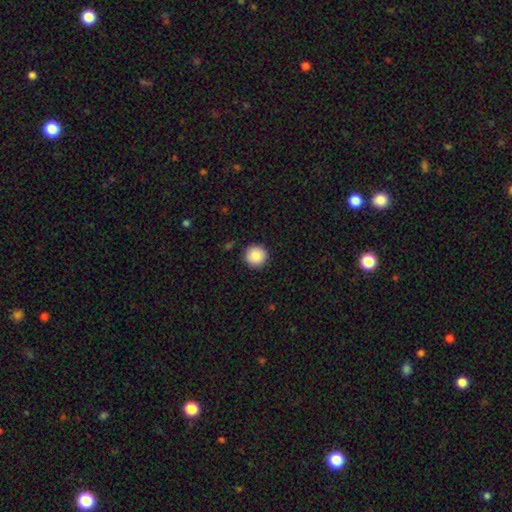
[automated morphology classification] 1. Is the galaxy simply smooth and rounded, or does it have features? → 89% smooth, 8% star or artifact, 3% featured or disk.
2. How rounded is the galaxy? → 96% round, 3% in between, 1% cigar-shaped.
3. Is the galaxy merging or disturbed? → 92% none, 5% minor disturbance, 2% major disturbance, 1% merger.